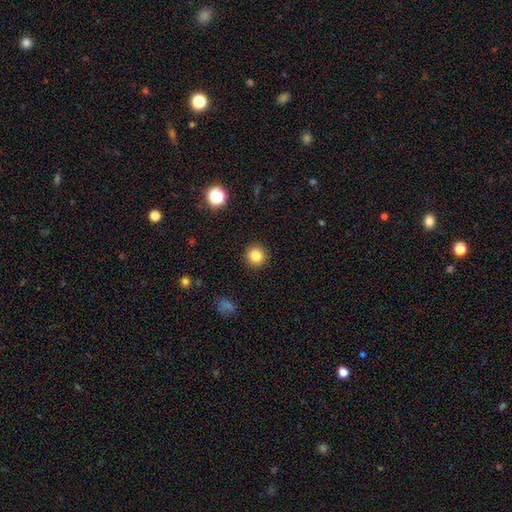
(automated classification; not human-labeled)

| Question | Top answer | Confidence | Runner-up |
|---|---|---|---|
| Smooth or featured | smooth | 83% | star or artifact (11%) |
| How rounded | round | 94% | in between (5%) |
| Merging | none | 91% | minor disturbance (5%) |